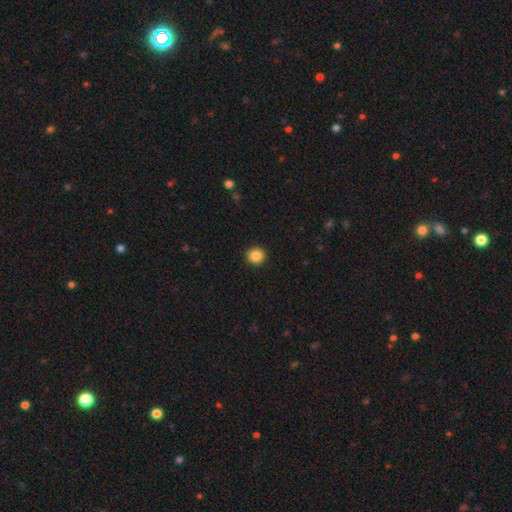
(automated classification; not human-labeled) smooth-or-featured: smooth: 86% | star or artifact: 10% | featured or disk: 4%
  how-rounded: round: 93% | in between: 6% | cigar-shaped: 1%
  merging: none: 92% | minor disturbance: 5% | major disturbance: 2% | merger: 1%